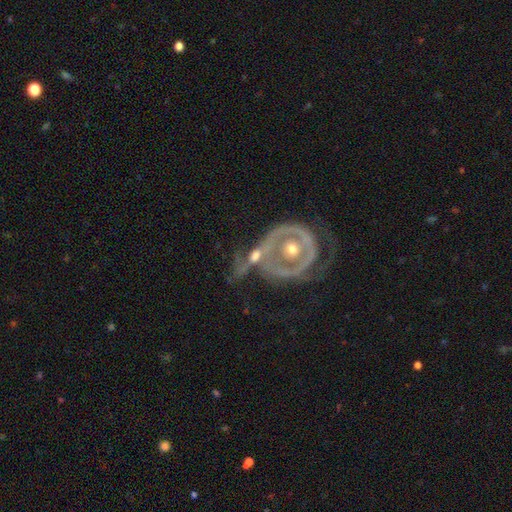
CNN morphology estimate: type=featured or disk (67%); edge-on=no (91%); bar=no (85%); spiral arms=no (64%); bulge=moderate (67%); merging=merger (39%).